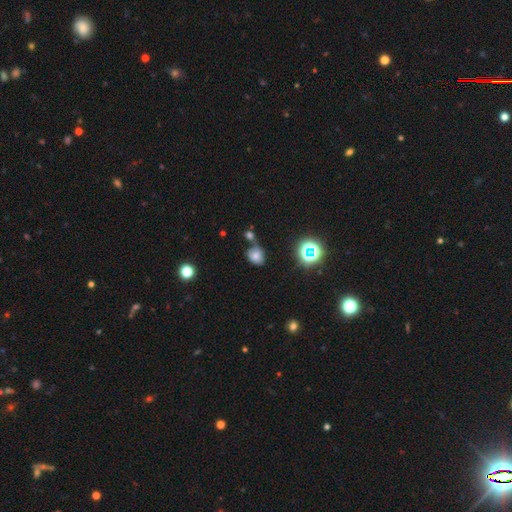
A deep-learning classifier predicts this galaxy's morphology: The model was most divided on "how rounded": in between: 54%, round: 45%, cigar-shaped: 1%. More confident: smooth or featured — smooth (68%); merging — none (50%).